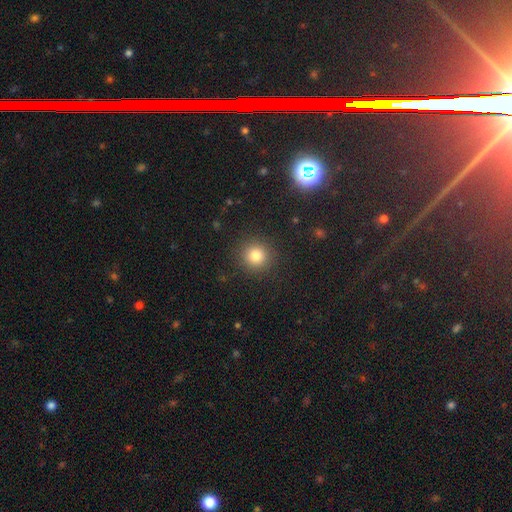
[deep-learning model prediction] Smooth or featured? smooth (80%)
How rounded? round (92%)
Merging? none (90%)